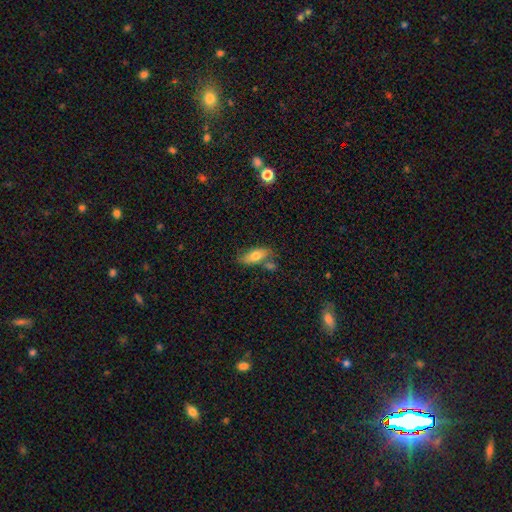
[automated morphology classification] This appears to be a smooth galaxy with no disk features (71%) that is in between round and cigar-shaped (77%). Merging: none (60%).